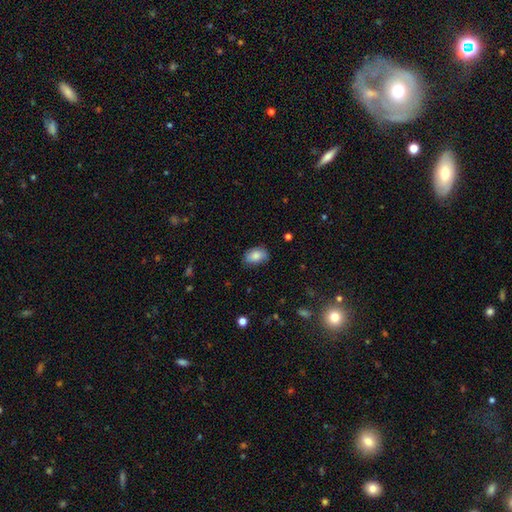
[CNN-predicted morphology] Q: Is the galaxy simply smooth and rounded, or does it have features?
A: smooth — 85%.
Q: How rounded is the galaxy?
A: in between — 88%.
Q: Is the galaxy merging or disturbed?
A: none — 76%.